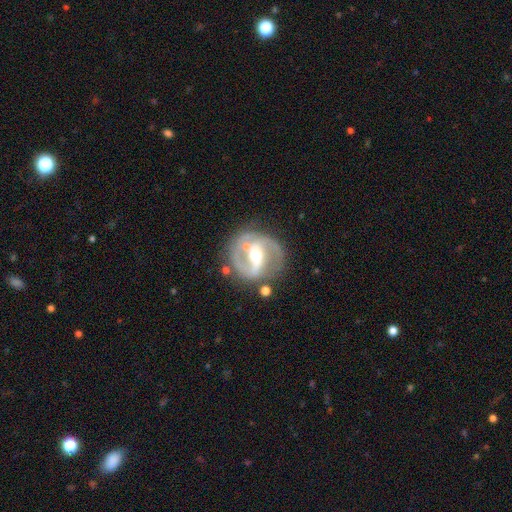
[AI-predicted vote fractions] smooth-or-featured: featured or disk: 87% | smooth: 8% | star or artifact: 5%
  disk-edge-on: no: 97% | yes: 3%
    bar: strong: 50% | weak: 34% | no: 16%
    has-spiral-arms: yes: 93% | no: 7%
      spiral-winding: medium: 55% | tight: 26% | loose: 19%
      spiral-arm-count: 2: 88% | can't tell: 4% | 1: 3% | 3: 3% | 4: 1% | more than 4: 1%
    bulge-size: moderate: 64% | small: 31% | large: 4% | none: 1% | dominant: 1%
  merging: none: 74% | minor disturbance: 14% | major disturbance: 6% | merger: 5%